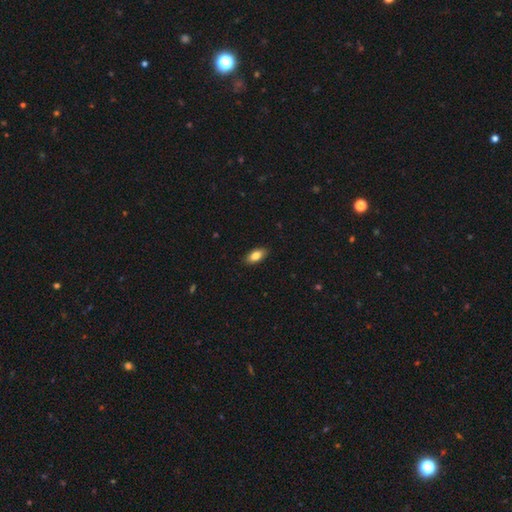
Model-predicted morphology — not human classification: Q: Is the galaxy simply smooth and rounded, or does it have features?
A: smooth — 82%.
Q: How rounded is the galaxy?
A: in between — 90%.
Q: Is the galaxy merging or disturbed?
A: none — 89%.